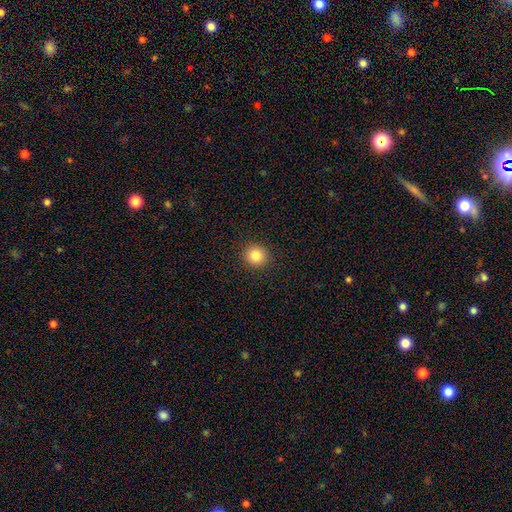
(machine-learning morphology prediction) Smooth or featured? smooth (83%)
How rounded? round (93%)
Merging? none (92%)